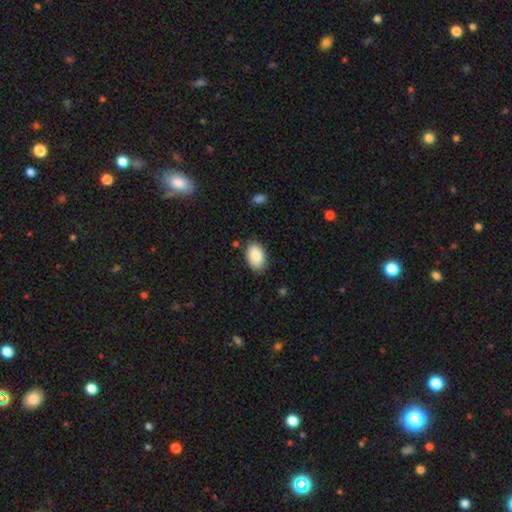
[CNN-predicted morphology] This is clearly a smooth galaxy (88%). How rounded: clearly in between (93%). Merging: clearly none (85%).